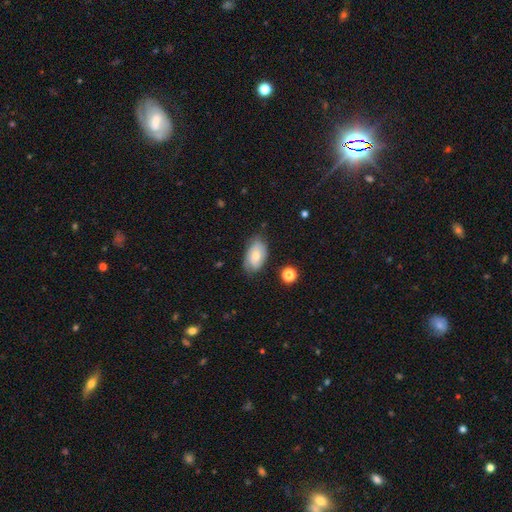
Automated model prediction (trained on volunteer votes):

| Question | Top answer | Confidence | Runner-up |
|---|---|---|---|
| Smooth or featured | smooth | 69% | featured or disk (24%) |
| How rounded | in between | 93% | round (6%) |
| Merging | none | 68% | minor disturbance (25%) |